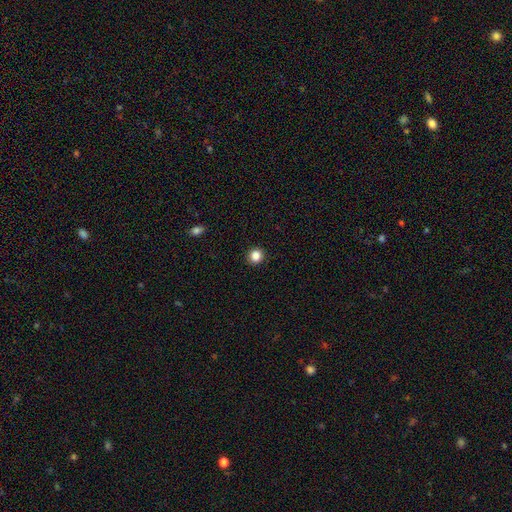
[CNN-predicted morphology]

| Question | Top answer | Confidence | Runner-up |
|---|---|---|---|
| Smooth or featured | smooth | 85% | star or artifact (11%) |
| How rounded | round | 90% | in between (9%) |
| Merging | none | 93% | minor disturbance (5%) |